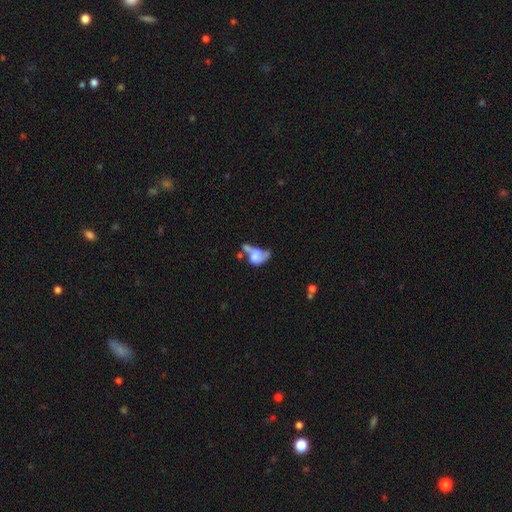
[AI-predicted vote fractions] A smooth galaxy with no disk features (50%).

Vote fractions:
- Smooth or featured? smooth: 50% / featured or disk: 40% / star or artifact: 11%
- Merging? merger: 45% / major disturbance: 29% / none: 14% / minor disturbance: 12%